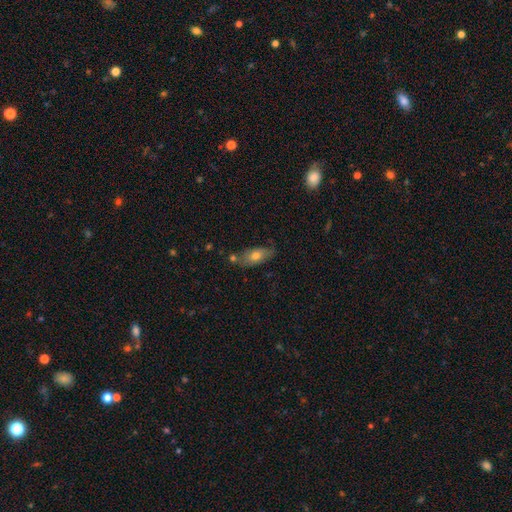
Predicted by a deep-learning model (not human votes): Morphology: type=smooth (67%); roundness=in between (82%); merging=none (66%).